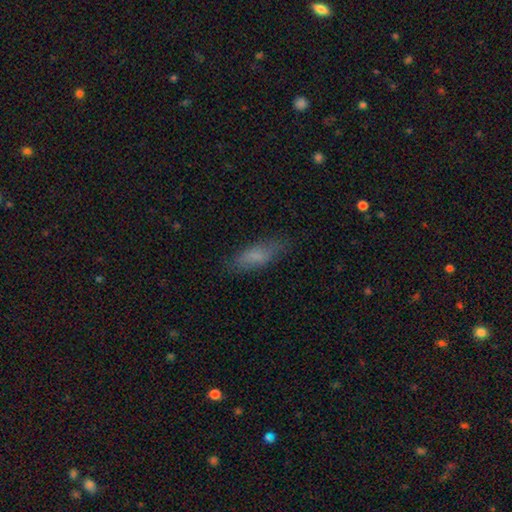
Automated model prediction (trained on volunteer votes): smooth 75%, featured or disk 17%, star or artifact 8%. Down the decision tree: how rounded — in between (57%); merging — none (78%).